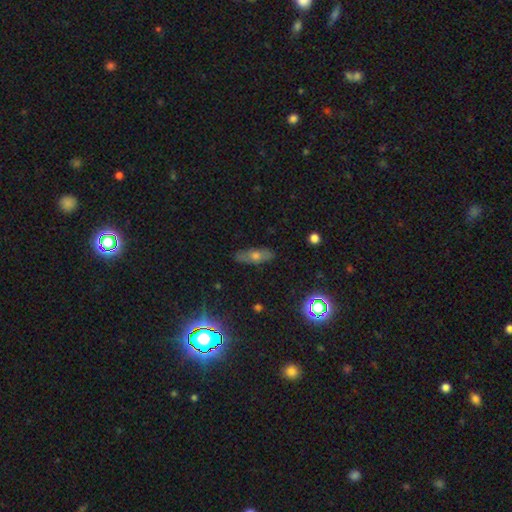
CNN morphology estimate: Smooth or featured: smooth — 47% (featured or disk — 32%)
Merging: none — 82% (minor disturbance — 13%)